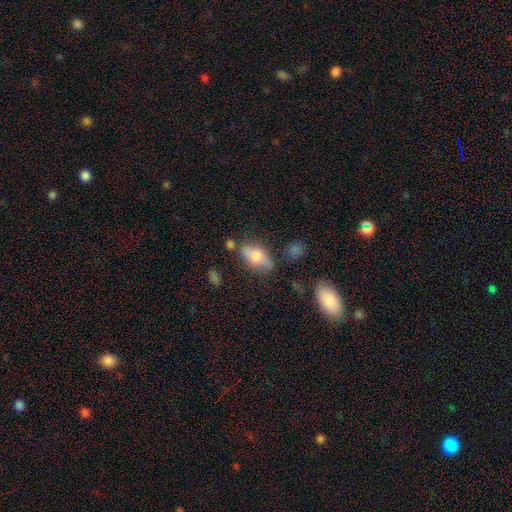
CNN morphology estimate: The model was most divided on "merging": none: 58%, minor disturbance: 26%, major disturbance: 9%, merger: 7%. More confident: how rounded — in between (87%); smooth or featured — smooth (69%).